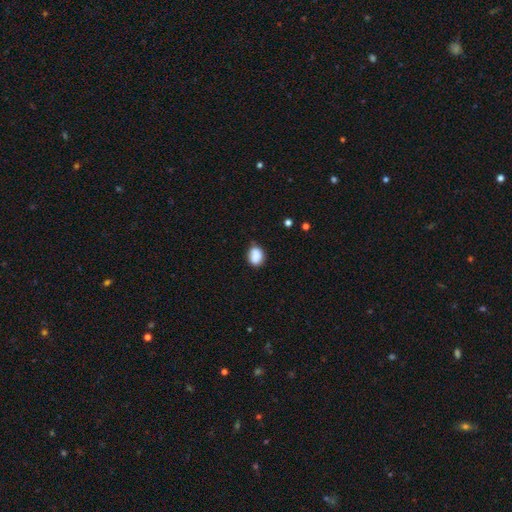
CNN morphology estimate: Q: Smooth or featured?
A: smooth (84%); runner-up: star or artifact (9%)
Q: How rounded?
A: in between (63%); runner-up: round (36%)
Q: Merging?
A: none (62%); runner-up: minor disturbance (26%)